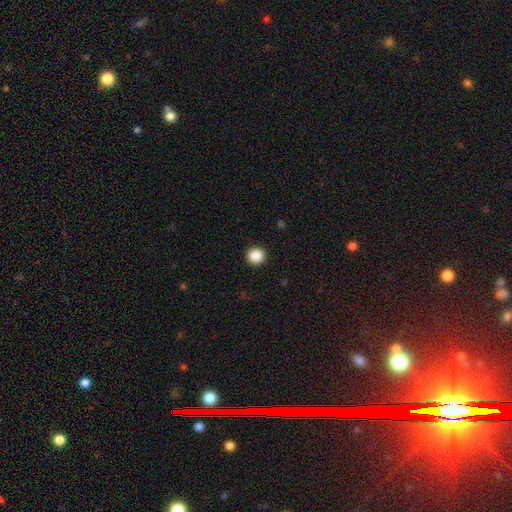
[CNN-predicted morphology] Smooth or featured? smooth (88%)
How rounded? round (91%)
Merging? none (92%)